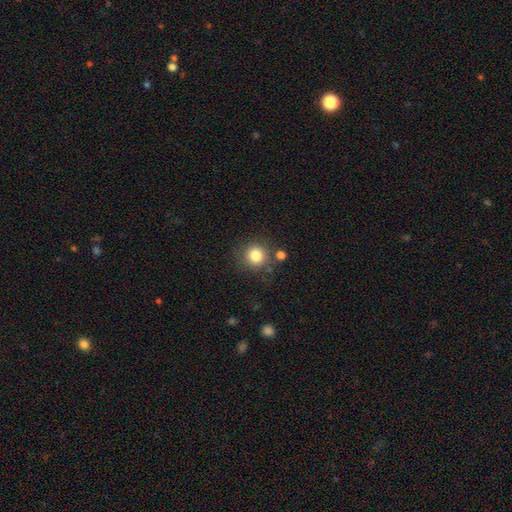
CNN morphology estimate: type=smooth (82%); roundness=round (91%); merging=none (80%).